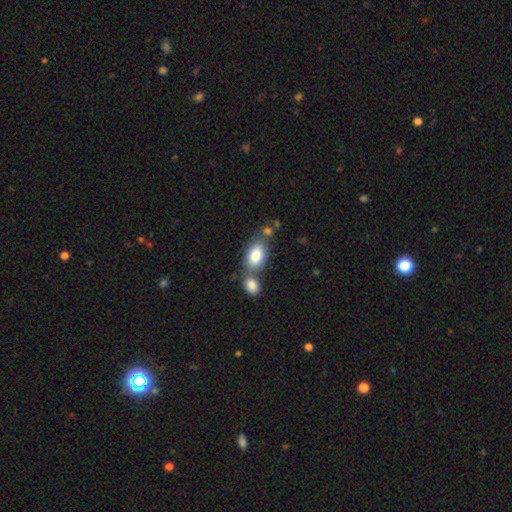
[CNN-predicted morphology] smooth 83%, featured or disk 11%, star or artifact 7%. Down the decision tree: how rounded — in between (89%); merging — none (47%).